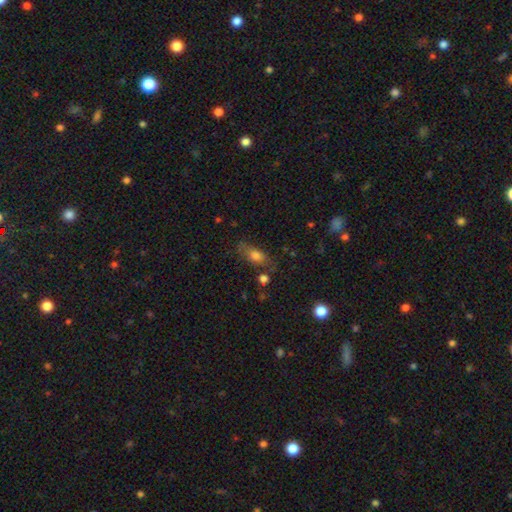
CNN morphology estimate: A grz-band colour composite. It shows a smooth galaxy with no disk features (72%) that is in between round and cigar-shaped (77%). Merging: none (62%).